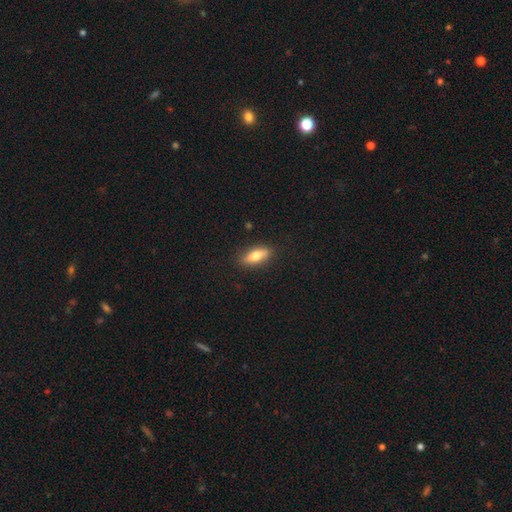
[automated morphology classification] This appears to be a smooth galaxy with no disk features (68%) that is in between round and cigar-shaped (64%). Merging: none (86%).